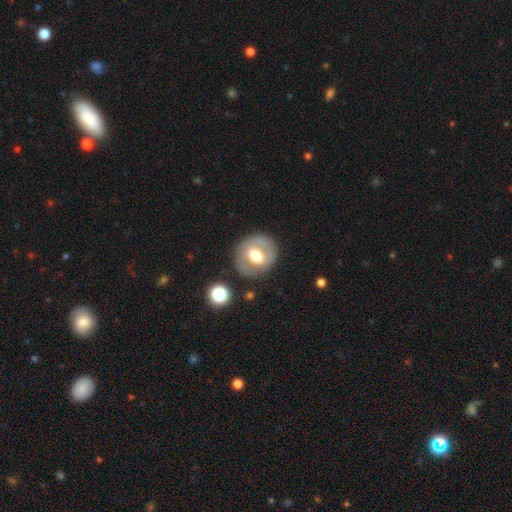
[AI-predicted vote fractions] Smooth or featured?
  - featured or disk: 51% *
  - smooth: 42%
  - star or artifact: 7%
Edge-on disk?
  - no: 95% *
  - yes: 5%
Merging?
  - none: 79% *
  - minor disturbance: 12%
  - major disturbance: 6%
  - merger: 3%